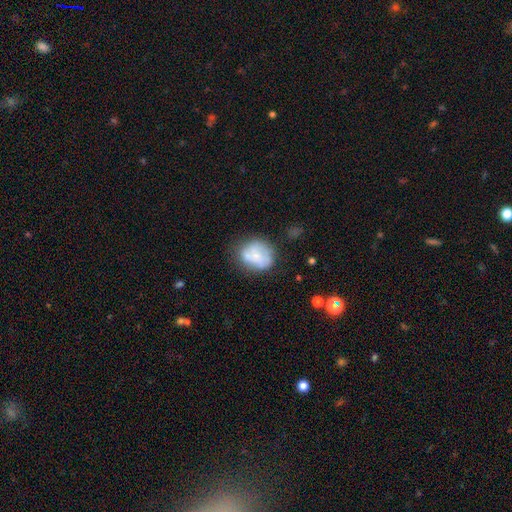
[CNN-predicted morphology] type=smooth (54%); roundness=round (63%); merging=none (50%).